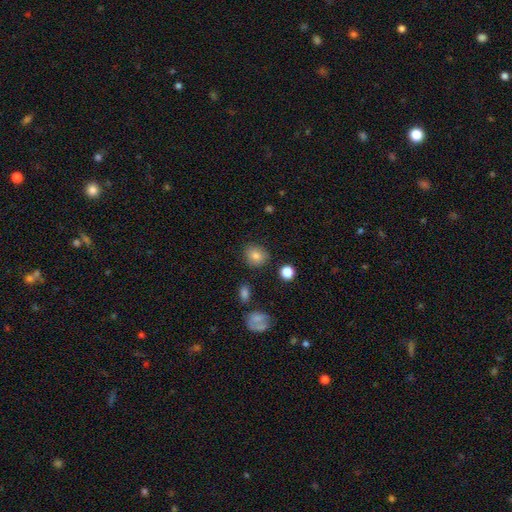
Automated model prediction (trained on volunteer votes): Smooth or featured?
  - smooth: 82% *
  - star or artifact: 10%
  - featured or disk: 8%
How rounded?
  - round: 75% *
  - in between: 24%
  - cigar-shaped: 1%
Merging?
  - none: 82% *
  - minor disturbance: 12%
  - major disturbance: 3%
  - merger: 3%